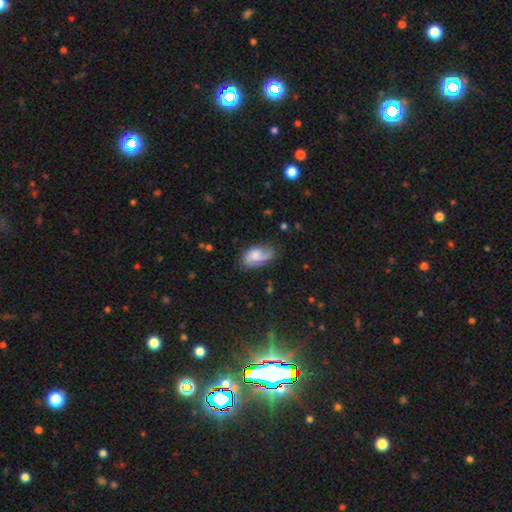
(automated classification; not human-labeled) This appears to be a smooth galaxy with no disk features (47%). Merging: none (54%).